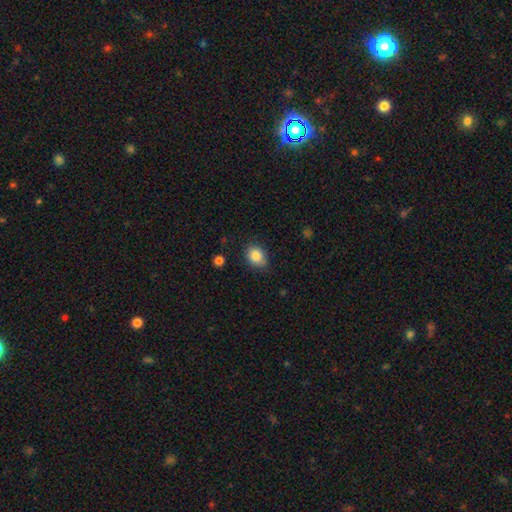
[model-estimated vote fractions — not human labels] Smooth or featured?
  - smooth: 85% *
  - star or artifact: 9%
  - featured or disk: 6%
How rounded?
  - round: 53% *
  - in between: 46%
  - cigar-shaped: 1%
Merging?
  - none: 77% *
  - minor disturbance: 18%
  - major disturbance: 3%
  - merger: 2%